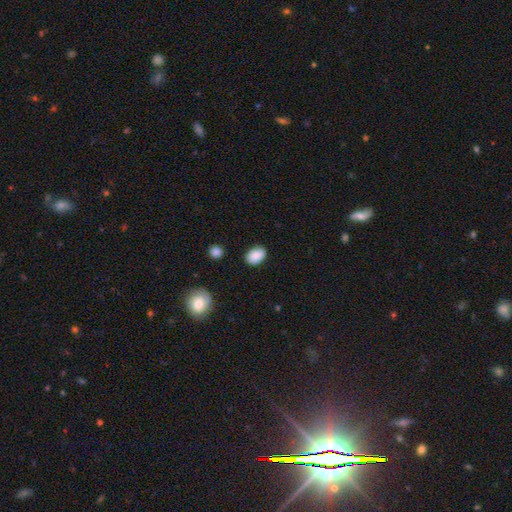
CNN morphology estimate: smooth_or_featured: smooth (p=0.87) [alt: star or artifact p=0.08]
how_rounded: in between (p=0.81) [alt: round p=0.18]
merging: none (p=0.86) [alt: minor disturbance p=0.10]